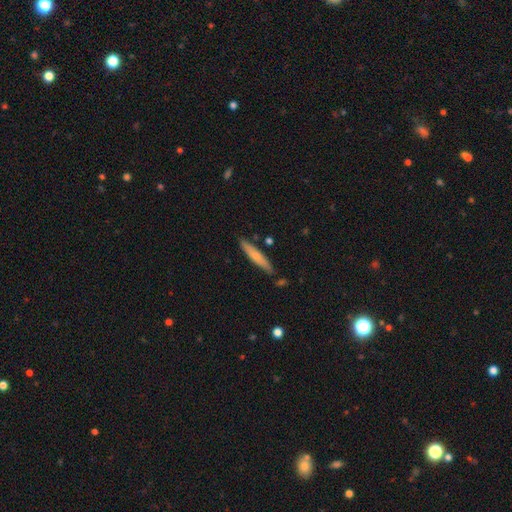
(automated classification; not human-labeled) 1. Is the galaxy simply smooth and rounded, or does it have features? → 65% smooth, 29% featured or disk, 5% star or artifact.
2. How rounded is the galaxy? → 90% cigar-shaped, 8% in between, 1% round.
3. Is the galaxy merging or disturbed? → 83% none, 11% minor disturbance, 3% merger, 2% major disturbance.